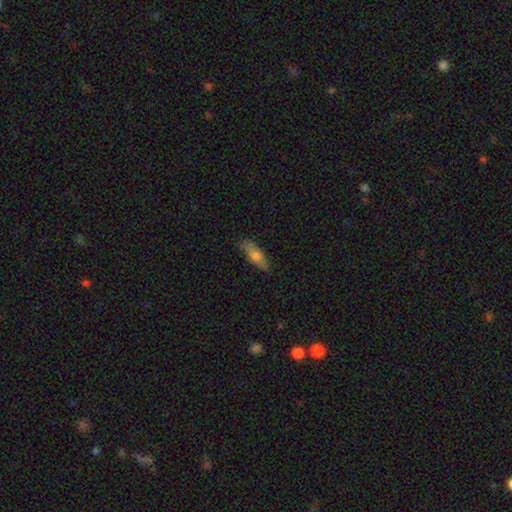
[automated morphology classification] Smooth or featured? Predicted: smooth (p=0.66). How rounded? Predicted: in between (p=0.56). Merging? Predicted: none (p=0.81).